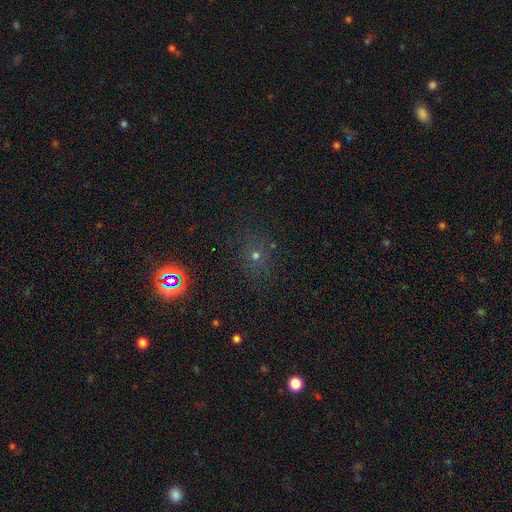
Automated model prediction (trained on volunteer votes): A smooth galaxy with no disk features (48%). Merging: none (81%).